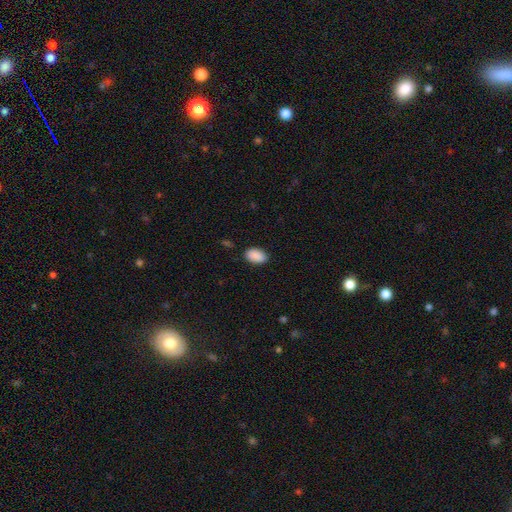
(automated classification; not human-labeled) A smooth galaxy with no disk features (90%) that is in between round and cigar-shaped (91%). Merging: none (86%).